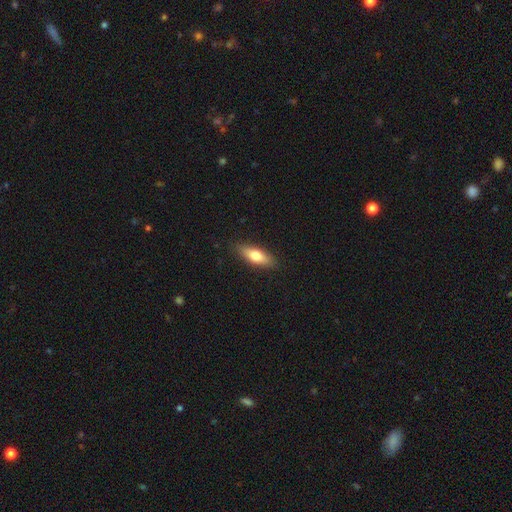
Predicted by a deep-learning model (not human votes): smooth 70%, featured or disk 24%, star or artifact 6%. Down the decision tree: how rounded — in between (60%); merging — none (87%).